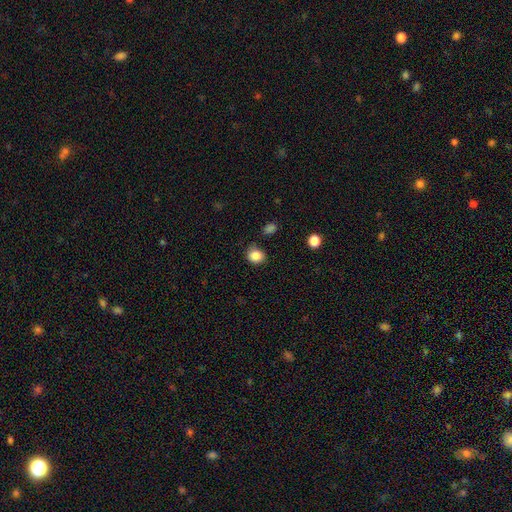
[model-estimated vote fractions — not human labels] Q: Smooth or featured?
A: smooth (85%); runner-up: star or artifact (10%)
Q: How rounded?
A: round (69%); runner-up: in between (30%)
Q: Merging?
A: none (78%); runner-up: minor disturbance (16%)